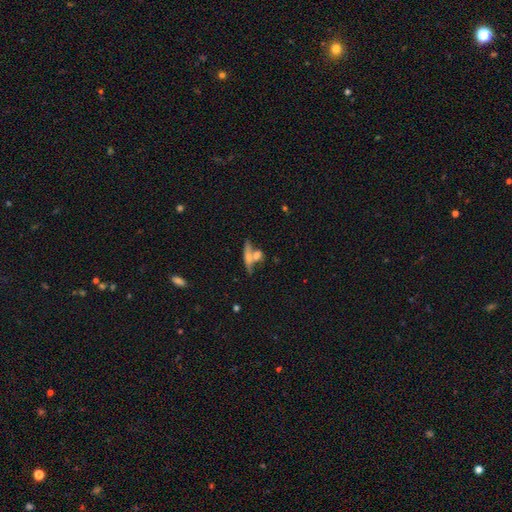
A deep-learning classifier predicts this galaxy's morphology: smooth 47%, featured or disk 41%, star or artifact 12%. Down the decision tree: merging — none (45%).